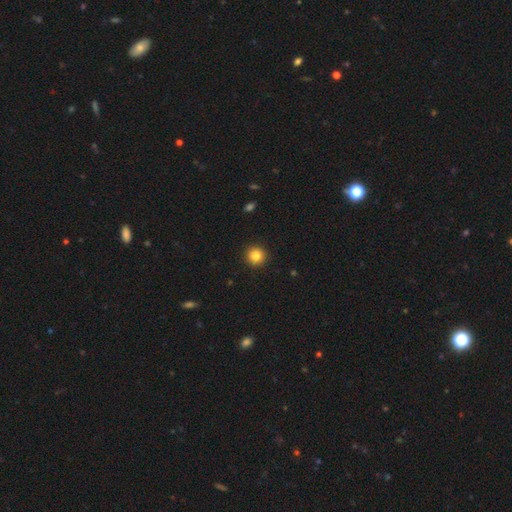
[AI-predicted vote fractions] smooth 85%, star or artifact 10%, featured or disk 4%. Down the decision tree: how rounded — round (95%); merging — none (93%).